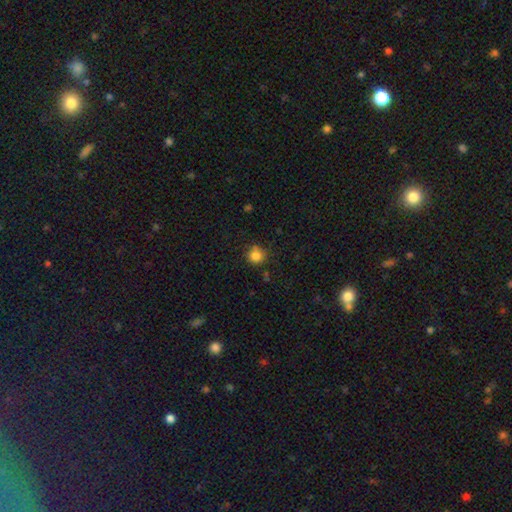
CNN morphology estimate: smooth-or-featured: smooth: 82% | star or artifact: 12% | featured or disk: 6%
  how-rounded: round: 88% | in between: 11% | cigar-shaped: 1%
  merging: none: 72% | minor disturbance: 15% | merger: 9% | major disturbance: 4%